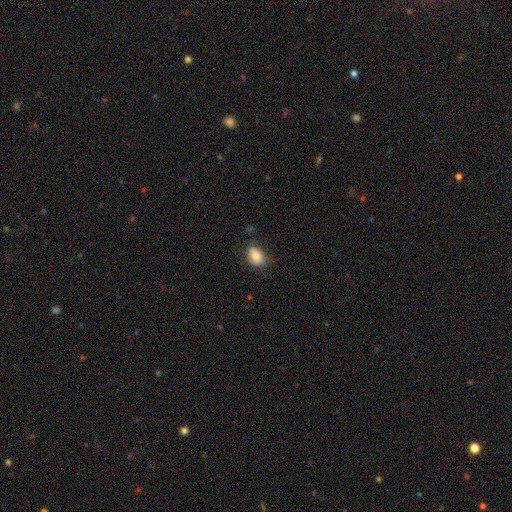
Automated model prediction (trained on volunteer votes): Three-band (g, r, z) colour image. It shows a smooth galaxy with no disk features (83%) that is in between round and cigar-shaped (87%). Merging: none (70%).